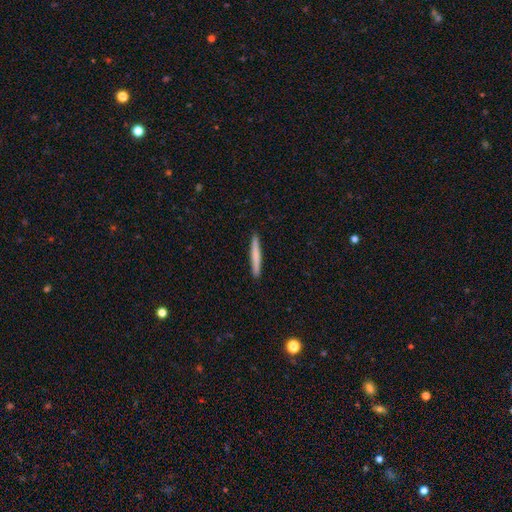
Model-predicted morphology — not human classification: smooth_or_featured: smooth (p=0.71) [alt: featured or disk p=0.24]
how_rounded: cigar-shaped (p=0.97) [alt: in between p=0.02]
merging: none (p=0.92) [alt: minor disturbance p=0.05]